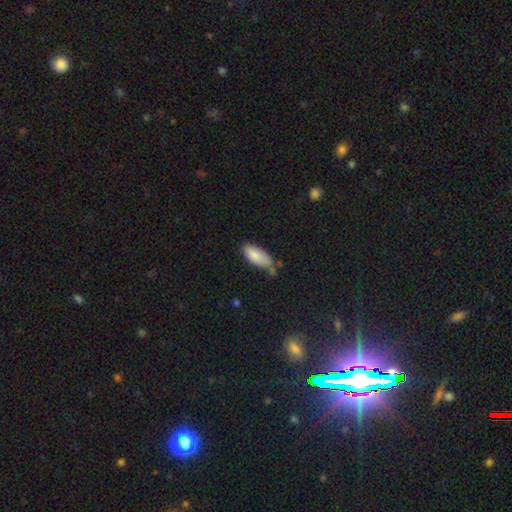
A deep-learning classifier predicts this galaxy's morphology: Smooth or featured? smooth (85%)
How rounded? in between (88%)
Merging? none (46%)